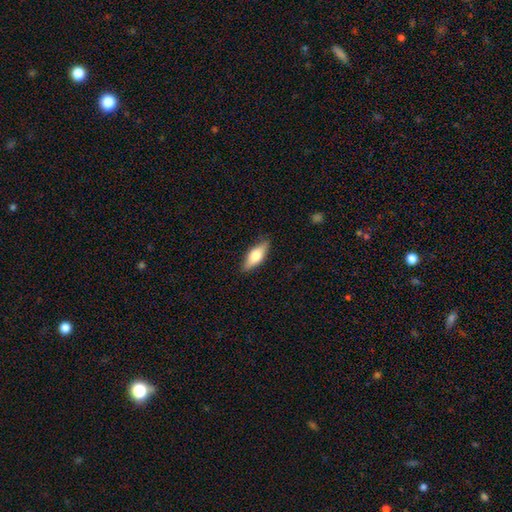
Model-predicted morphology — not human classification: Smooth or featured? smooth (59%)
How rounded? in between (67%)
Merging? none (86%)